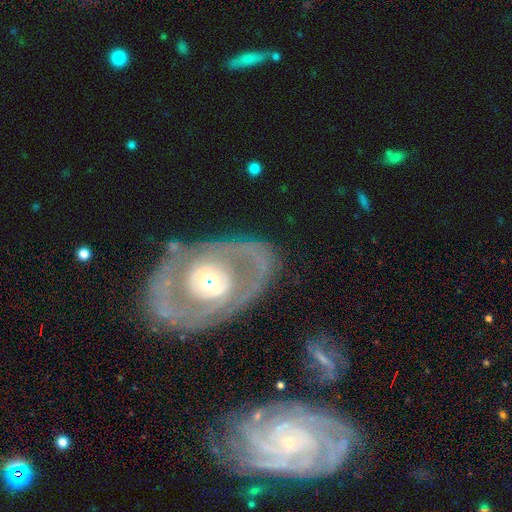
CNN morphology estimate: smooth-or-featured: featured or disk: 77% | smooth: 17% | star or artifact: 5%
  disk-edge-on: no: 93% | yes: 7%
    bar: no: 77% | weak: 16% | strong: 7%
    has-spiral-arms: no: 51% | yes: 49%
    bulge-size: moderate: 58% | large: 27% | small: 10% | dominant: 3% | none: 1%
  merging: none: 77% | minor disturbance: 13% | major disturbance: 7% | merger: 3%